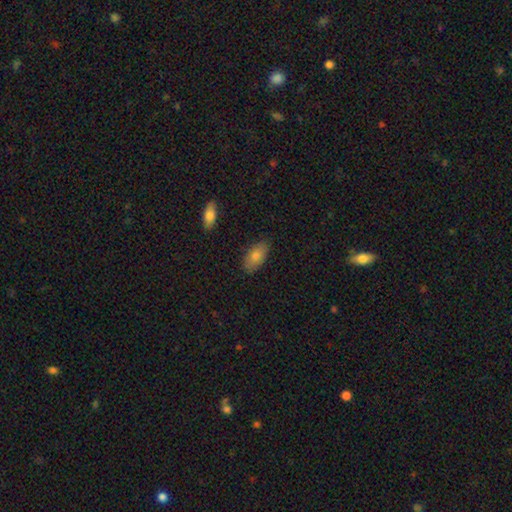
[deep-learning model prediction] A smooth galaxy with no disk features (77%) that is in between round and cigar-shaped (92%). Merging: none (84%).